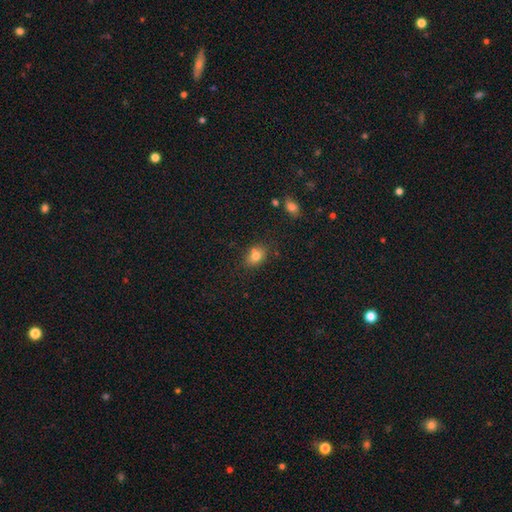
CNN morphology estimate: Overall: smooth (78%). How rounded: in between (62%; round 37%). Merging: none (66%).